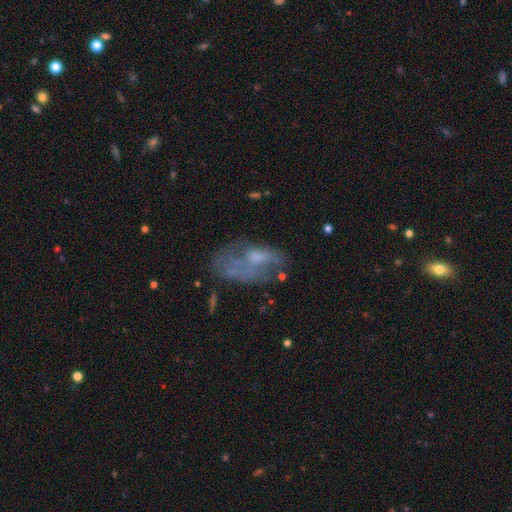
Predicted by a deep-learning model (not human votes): featured or disk 52%, smooth 30%, star or artifact 18%. Down the decision tree: edge-on disk — no (94%); merging — none (42%).